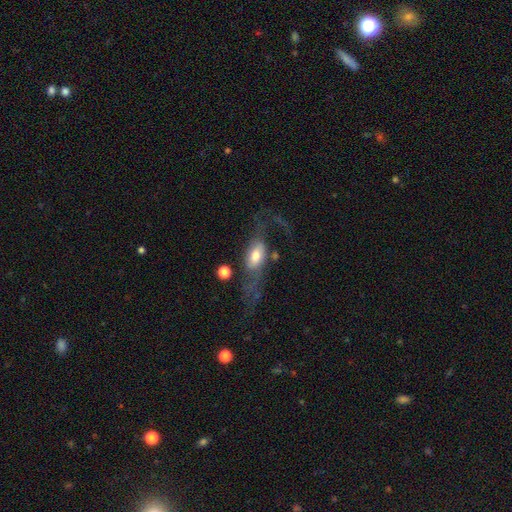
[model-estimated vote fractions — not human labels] A featured or disk galaxy (54%). Merging: major disturbance (41%).